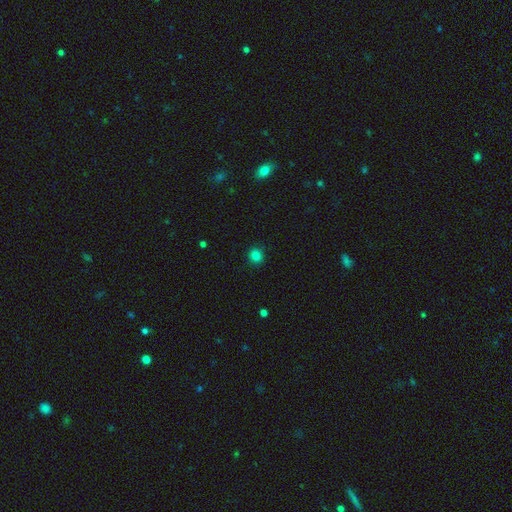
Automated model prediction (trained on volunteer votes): A smooth galaxy with no disk features (82%) that is round (86%). Merging: none (91%).